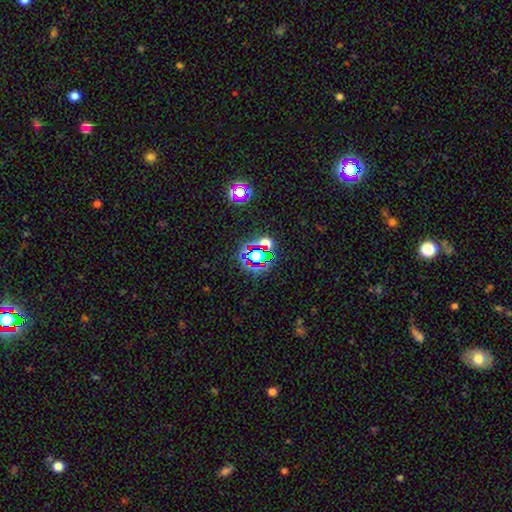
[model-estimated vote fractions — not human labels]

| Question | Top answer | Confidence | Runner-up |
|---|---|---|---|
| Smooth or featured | star or artifact | 59% | smooth (29%) |